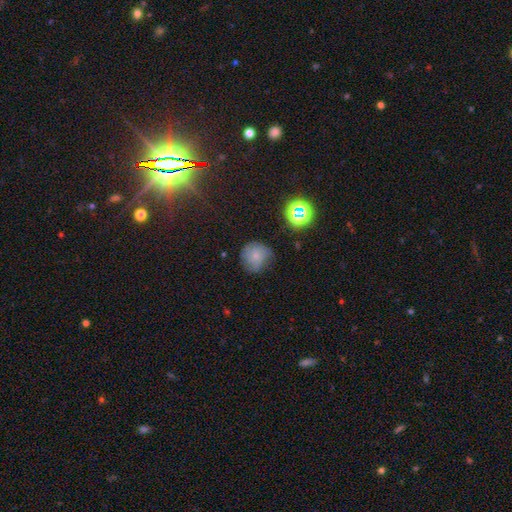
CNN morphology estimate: Q: Smooth or featured?
A: smooth (60%); runner-up: featured or disk (23%)
Q: How rounded?
A: round (85%); runner-up: in between (14%)
Q: Merging?
A: none (58%); runner-up: minor disturbance (29%)